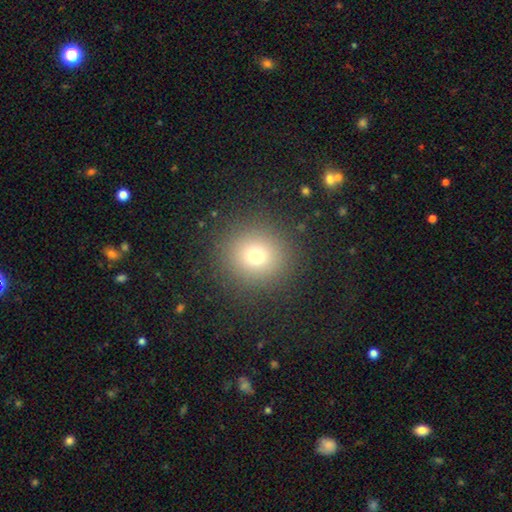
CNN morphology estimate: This is likely a smooth galaxy (72%). How rounded: clearly round (92%). Merging: clearly none (89%).